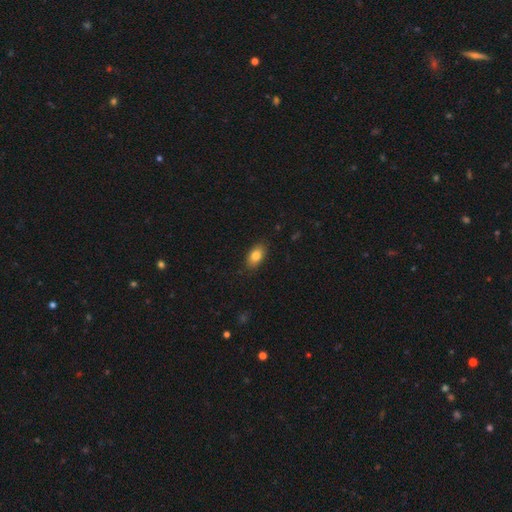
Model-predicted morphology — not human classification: smooth-or-featured: smooth: 84% | featured or disk: 8% | star or artifact: 8%
  how-rounded: in between: 90% | round: 7% | cigar-shaped: 3%
  merging: none: 85% | minor disturbance: 11% | major disturbance: 2% | merger: 1%